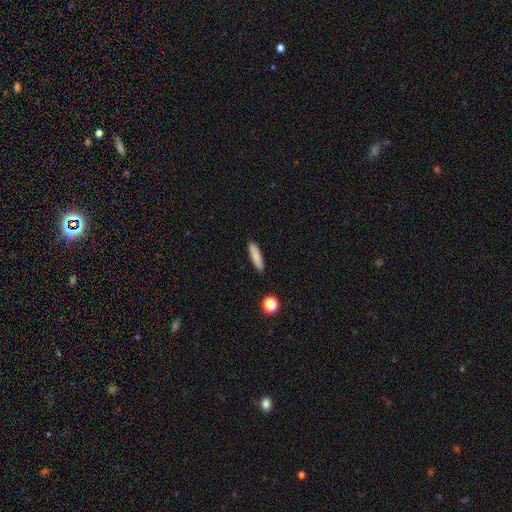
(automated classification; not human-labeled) smooth 85%, featured or disk 8%, star or artifact 7%. Down the decision tree: how rounded — cigar-shaped (77%); merging — none (89%).